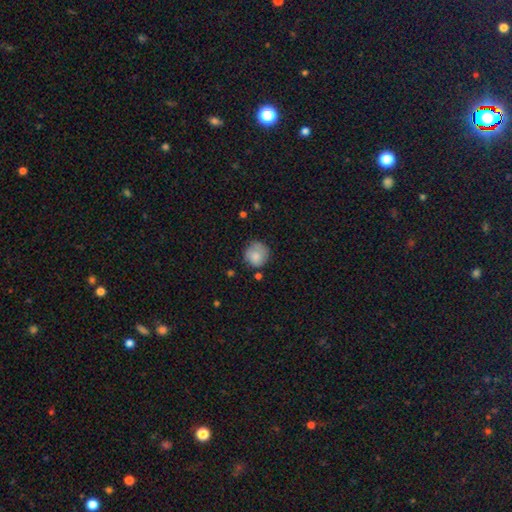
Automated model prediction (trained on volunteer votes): Overall: smooth (81%). How rounded: round (89%). Merging: none (65%).